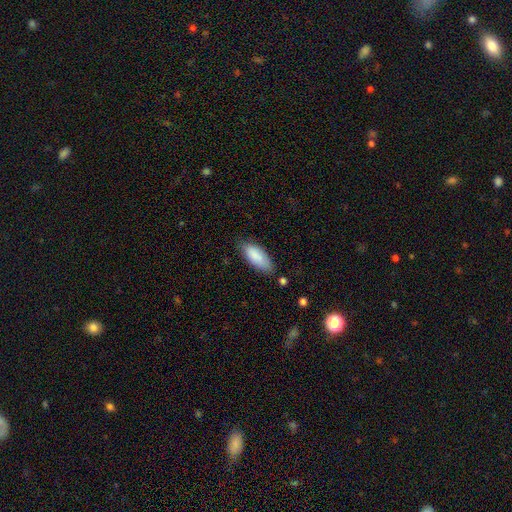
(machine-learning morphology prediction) Smooth or featured?
  - smooth: 87% *
  - featured or disk: 7%
  - star or artifact: 6%
How rounded?
  - in between: 81% *
  - cigar-shaped: 18%
  - round: 2%
Merging?
  - none: 74% *
  - minor disturbance: 19%
  - major disturbance: 4%
  - merger: 2%